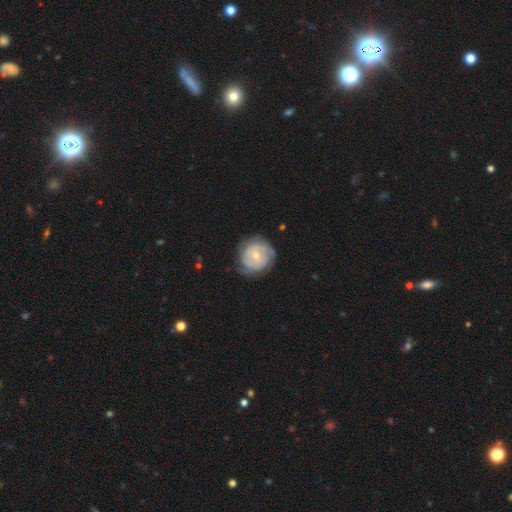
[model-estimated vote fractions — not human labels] Smooth or featured? Predicted: featured or disk (p=0.64). Edge-on disk? Predicted: no (p=0.98). Bar? Predicted: no (p=0.79). Spiral arms? Predicted: yes (p=0.77). Bulge size? Predicted: moderate (p=0.49). Merging? Predicted: none (p=0.69).